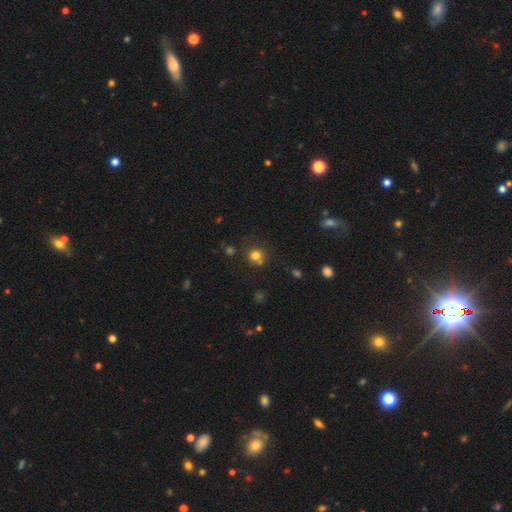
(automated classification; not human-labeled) This is likely a smooth galaxy (76%). How rounded: clearly round (87%). Merging: likely none (64%).